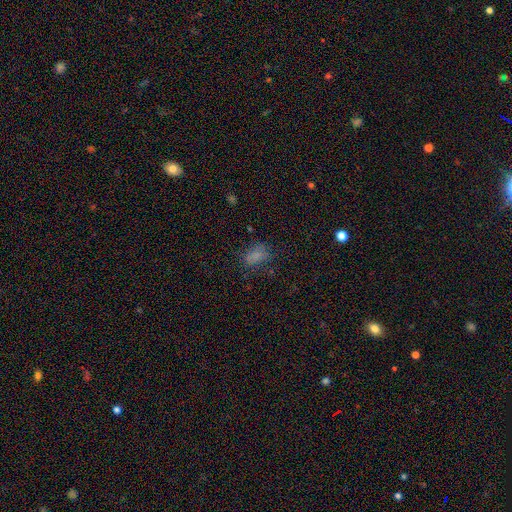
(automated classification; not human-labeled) Smooth or featured? Predicted: smooth (p=0.72). How rounded? Predicted: in between (p=0.83). Merging? Predicted: none (p=0.61).